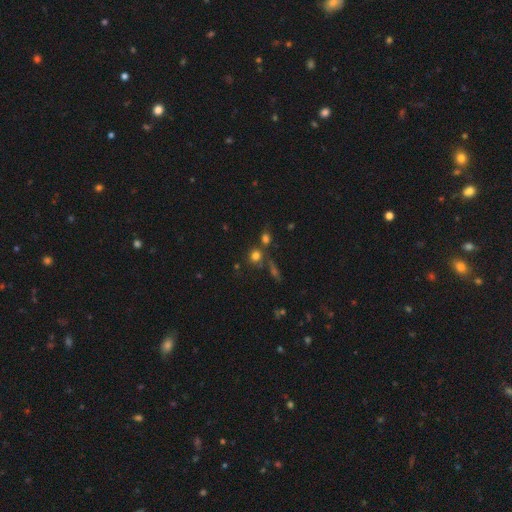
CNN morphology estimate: Q: Smooth or featured?
A: smooth (73%); runner-up: star or artifact (19%)
Q: How rounded?
A: round (80%); runner-up: in between (18%)
Q: Merging?
A: none (67%); runner-up: merger (19%)